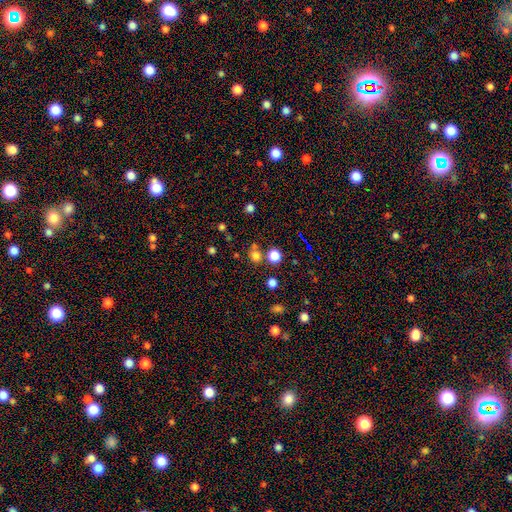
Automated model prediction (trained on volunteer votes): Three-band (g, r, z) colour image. It shows a smooth galaxy with no disk features (75%) that is round (84%). Merging: none (67%).